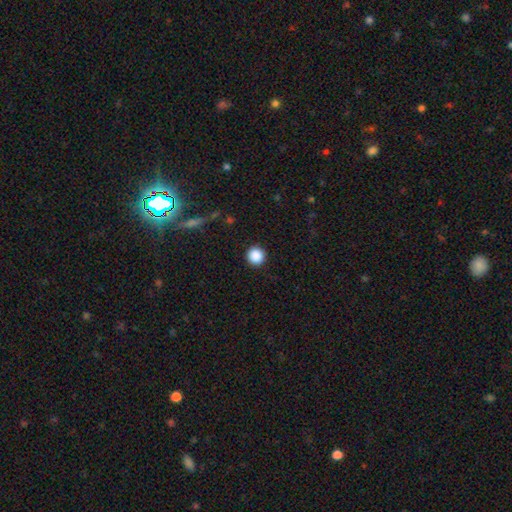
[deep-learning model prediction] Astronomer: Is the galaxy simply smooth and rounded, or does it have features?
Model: smooth — 88%.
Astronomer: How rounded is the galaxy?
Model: round — 94%.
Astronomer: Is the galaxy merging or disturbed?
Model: none — 91%.